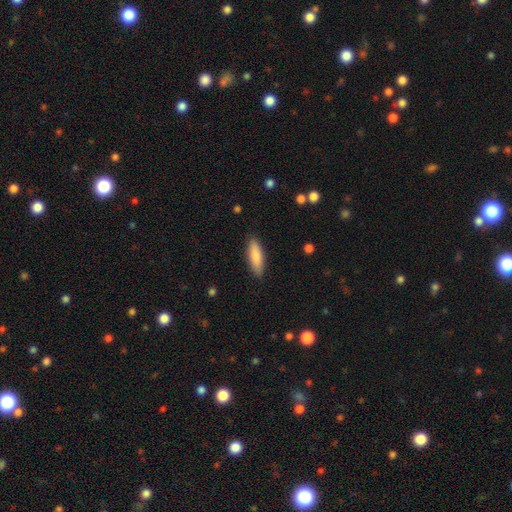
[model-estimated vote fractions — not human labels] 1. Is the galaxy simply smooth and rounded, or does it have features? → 84% smooth, 11% featured or disk, 5% star or artifact.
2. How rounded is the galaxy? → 53% cigar-shaped, 45% in between, 2% round.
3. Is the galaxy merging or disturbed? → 88% none, 9% minor disturbance, 2% major disturbance, 1% merger.